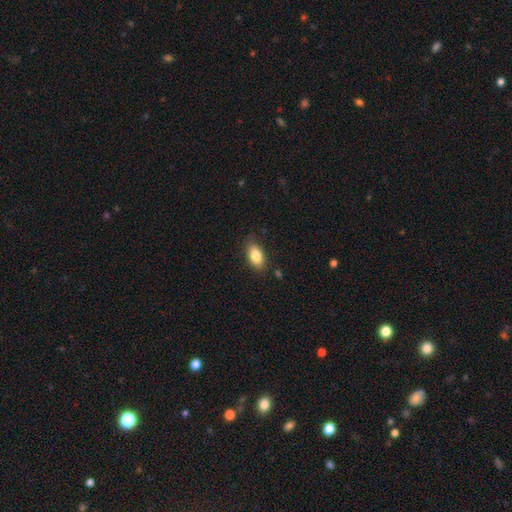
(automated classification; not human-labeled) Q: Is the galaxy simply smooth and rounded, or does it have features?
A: smooth — 85%.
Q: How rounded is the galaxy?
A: in between — 90%.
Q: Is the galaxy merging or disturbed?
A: none — 80%.